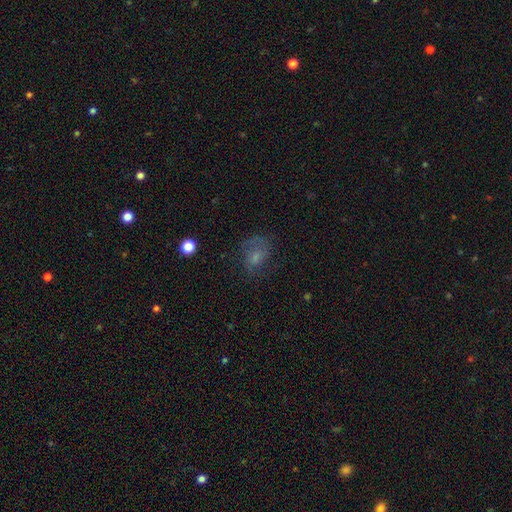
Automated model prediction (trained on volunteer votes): smooth_or_featured: featured or disk (p=0.45) [alt: smooth p=0.39]
merging: none (p=0.56) [alt: minor disturbance p=0.22]